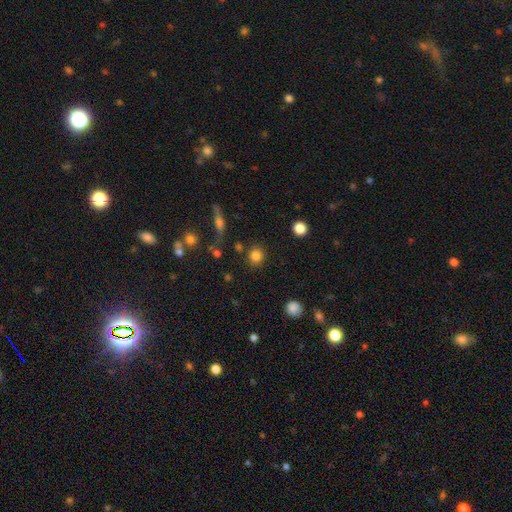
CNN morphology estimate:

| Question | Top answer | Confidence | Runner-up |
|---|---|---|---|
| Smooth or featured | smooth | 83% | star or artifact (11%) |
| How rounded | round | 87% | in between (12%) |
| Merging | none | 85% | minor disturbance (8%) |